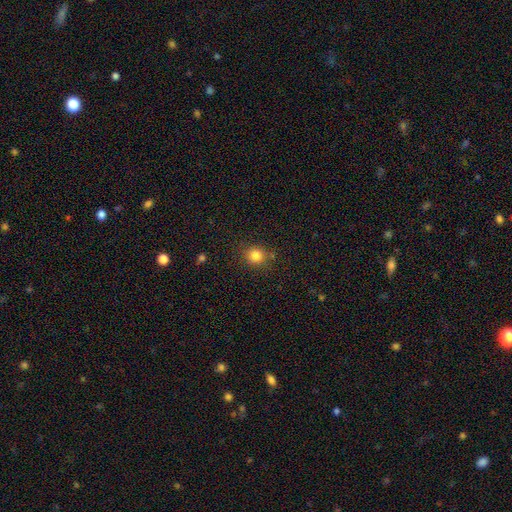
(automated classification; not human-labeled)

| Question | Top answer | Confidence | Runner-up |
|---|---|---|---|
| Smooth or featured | smooth | 82% | star or artifact (12%) |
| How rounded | round | 86% | in between (13%) |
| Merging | none | 84% | minor disturbance (10%) |